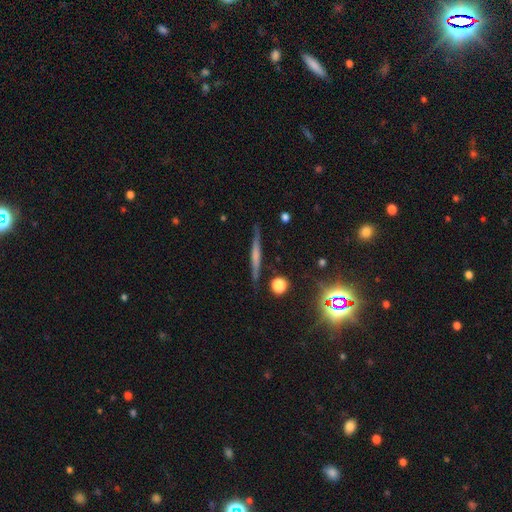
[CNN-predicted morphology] A featured or disk galaxy (53%) viewed edge-on (96%) with no central bulge (54%). Merging: none (87%).